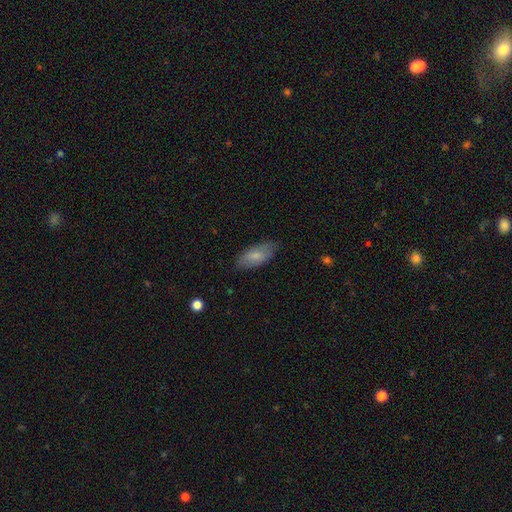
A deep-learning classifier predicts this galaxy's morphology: smooth 76%, featured or disk 17%, star or artifact 6%. Down the decision tree: how rounded — in between (85%); merging — none (80%).